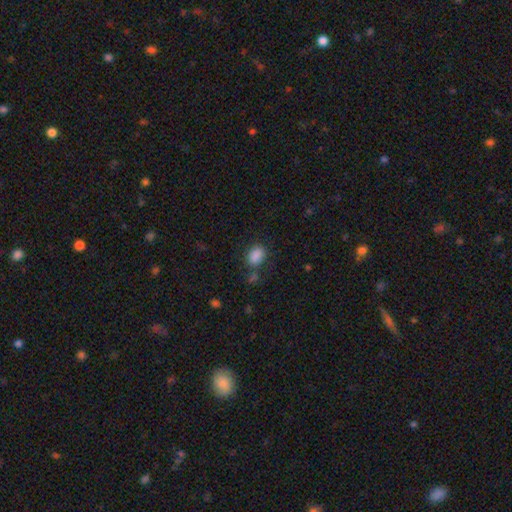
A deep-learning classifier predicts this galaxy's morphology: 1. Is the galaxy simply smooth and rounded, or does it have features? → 86% smooth, 10% star or artifact, 4% featured or disk.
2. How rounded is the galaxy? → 73% in between, 26% round, 1% cigar-shaped.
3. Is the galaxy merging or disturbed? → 70% none, 16% minor disturbance, 8% merger, 6% major disturbance.